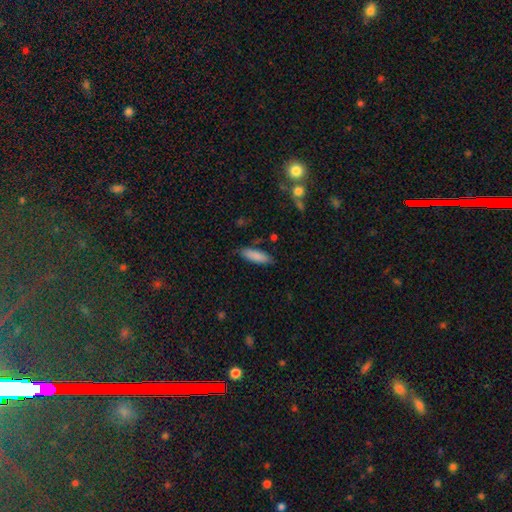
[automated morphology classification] type=smooth (86%); roundness=cigar-shaped (50%); merging=none (83%).